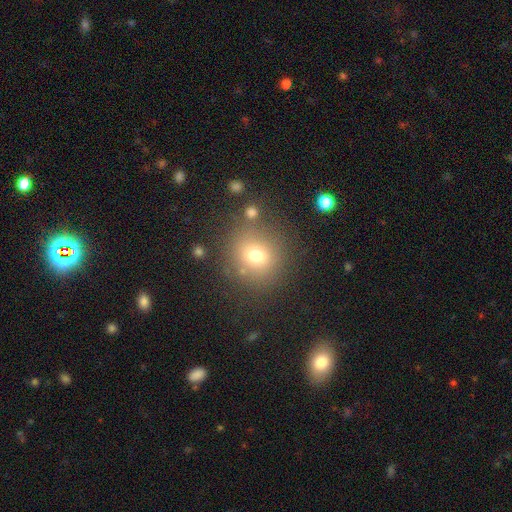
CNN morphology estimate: smooth_or_featured: smooth (p=0.72) [alt: star or artifact p=0.16]
how_rounded: round (p=0.88) [alt: in between p=0.11]
merging: none (p=0.77) [alt: minor disturbance p=0.11]